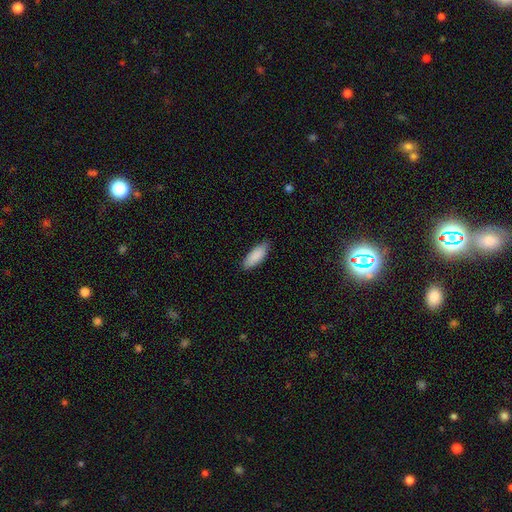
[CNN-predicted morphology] smooth-or-featured: smooth: 89% | star or artifact: 6% | featured or disk: 5%
  how-rounded: in between: 74% | cigar-shaped: 25% | round: 2%
  merging: none: 85% | minor disturbance: 12% | major disturbance: 2% | merger: 1%